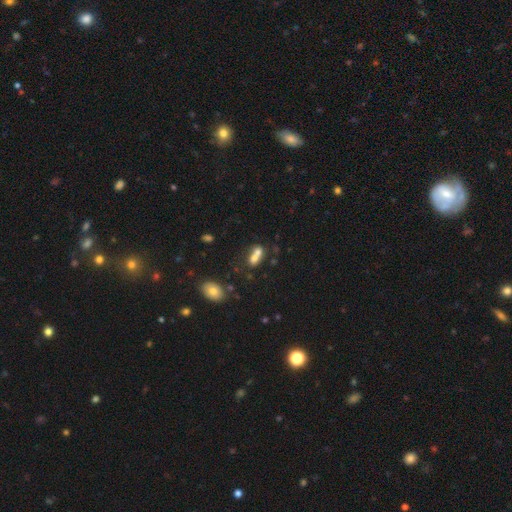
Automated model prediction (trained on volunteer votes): Overall: smooth (68%). How rounded: in between (64%; round 32%). Merging: merger (65%).